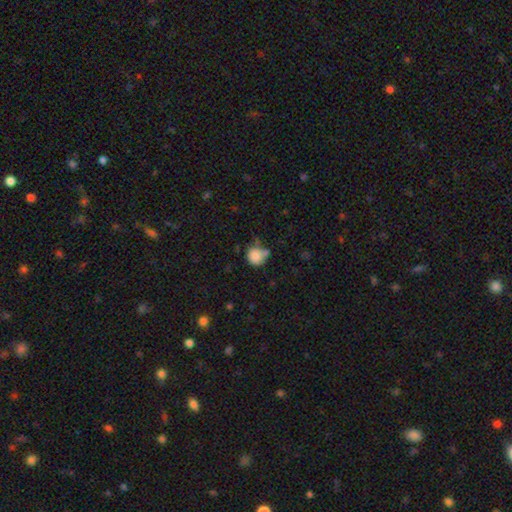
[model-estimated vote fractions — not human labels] Smooth or featured?
  - smooth: 83% *
  - star or artifact: 9%
  - featured or disk: 8%
How rounded?
  - round: 85% *
  - in between: 15%
  - cigar-shaped: 1%
Merging?
  - none: 52% *
  - minor disturbance: 23%
  - merger: 17%
  - major disturbance: 8%